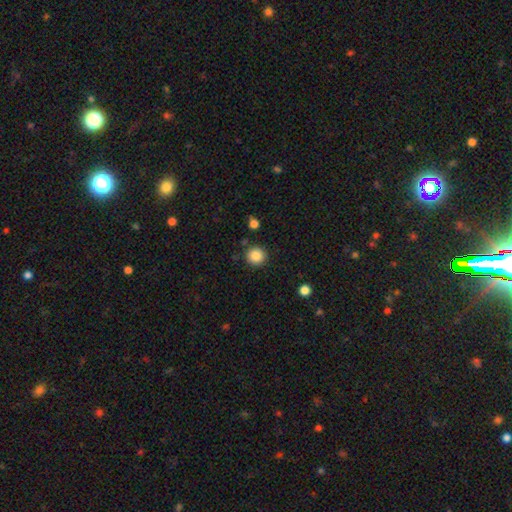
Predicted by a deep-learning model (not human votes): A smooth galaxy with no disk features (86%) that is round (94%). Merging: none (89%).